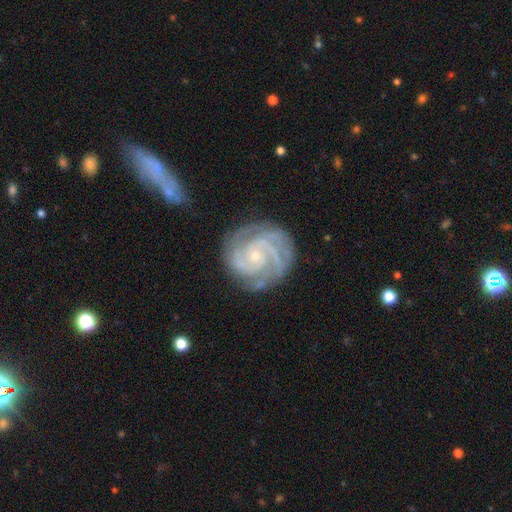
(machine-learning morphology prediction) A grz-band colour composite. It shows a featured or disk galaxy (91%) with no bar (71%), 3 (40%) tight (72%) spiral arms (98%) and a small central bulge (80%). Merging: none (75%).